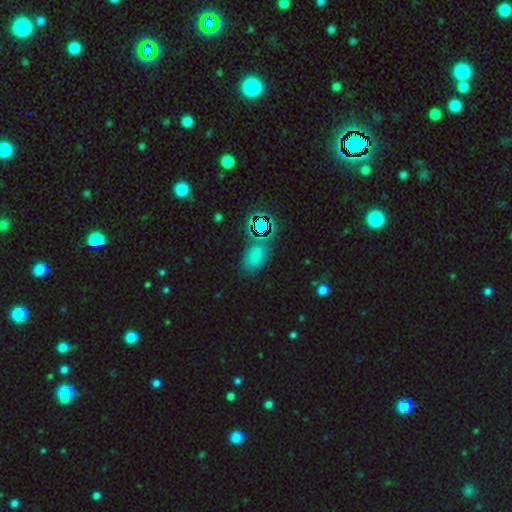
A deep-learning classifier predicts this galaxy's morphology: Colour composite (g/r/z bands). It shows a smooth galaxy with no disk features (66%) that is in between round and cigar-shaped (85%). Merging: none (69%).